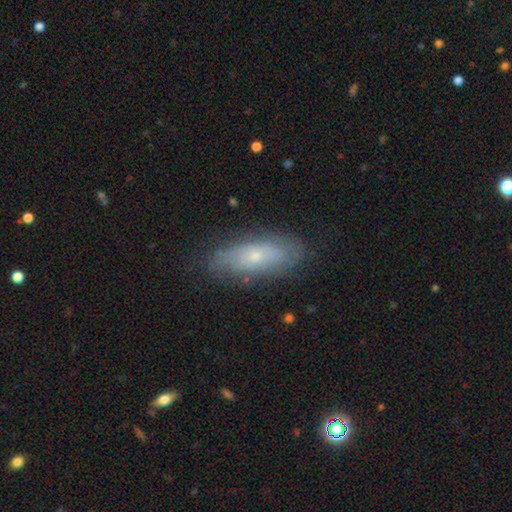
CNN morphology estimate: A smooth galaxy with no disk features (46%, tied with featured or disk). Merging: none (77%).